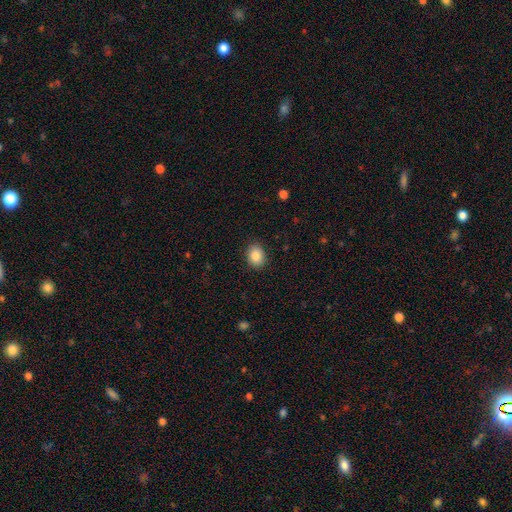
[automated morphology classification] Smooth or featured? Predicted: smooth (p=0.87). How rounded? Predicted: in between (p=0.60). Merging? Predicted: none (p=0.88).